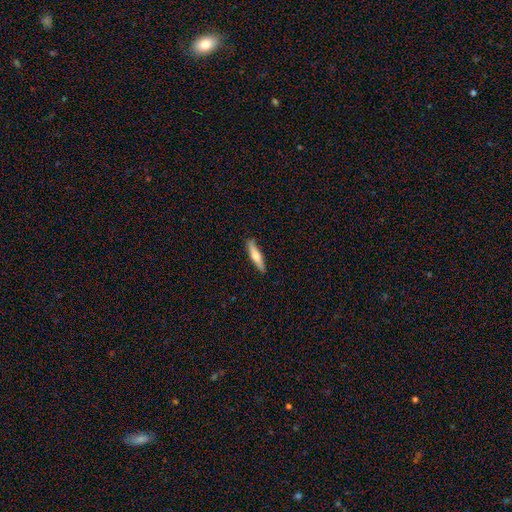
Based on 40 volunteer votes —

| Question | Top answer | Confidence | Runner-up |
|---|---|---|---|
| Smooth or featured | smooth | 50% | featured or disk (42%) |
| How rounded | cigar-shaped | 95% | in between (5%) |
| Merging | none | 86% | minor disturbance (11%) |